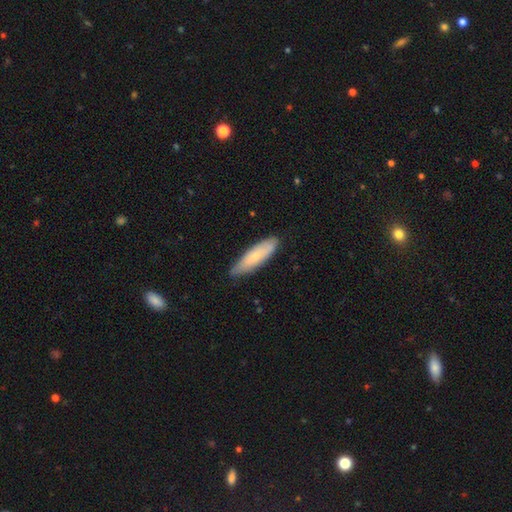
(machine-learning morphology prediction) A smooth galaxy with no disk features (67%) that is cigar-shaped (65%).

Vote fractions:
- Smooth or featured? smooth: 67% / featured or disk: 27% / star or artifact: 6%
- How rounded? cigar-shaped: 65% / in between: 33% / round: 2%
- Merging? none: 81% / minor disturbance: 16% / major disturbance: 2% / merger: 1%